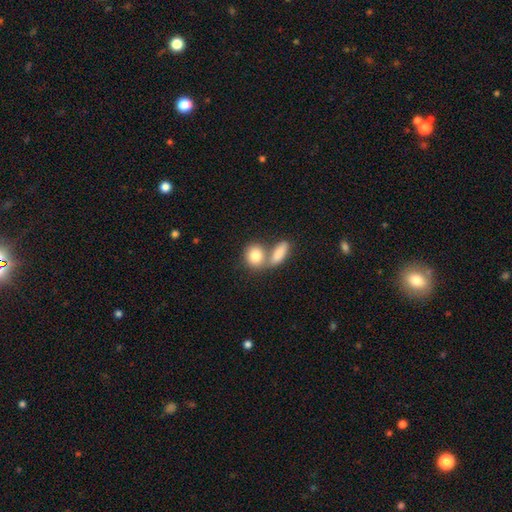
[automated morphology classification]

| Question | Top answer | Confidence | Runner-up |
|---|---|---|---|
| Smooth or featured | smooth | 83% | featured or disk (10%) |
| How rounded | round | 51% | in between (45%) |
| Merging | merger | 50% | none (37%) |